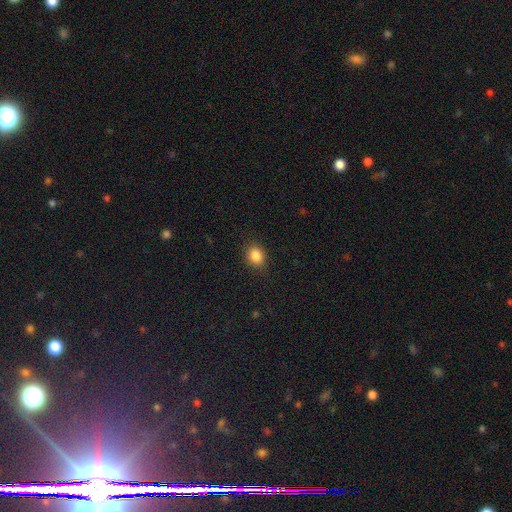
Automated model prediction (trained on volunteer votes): The model was most divided on "how rounded": round: 51%, in between: 48%, cigar-shaped: 1%. More confident: merging — none (87%); smooth or featured — smooth (86%).